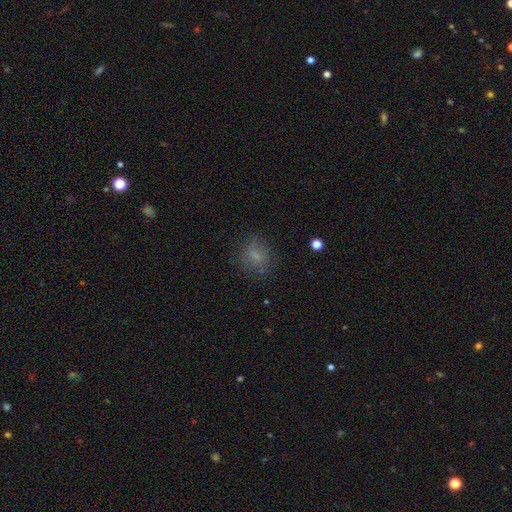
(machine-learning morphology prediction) A smooth galaxy with no disk features (71%) that is round (66%).

Vote fractions:
- Smooth or featured? smooth: 71% / star or artifact: 15% / featured or disk: 14%
- How rounded? round: 66% / in between: 32% / cigar-shaped: 2%
- Merging? none: 76% / minor disturbance: 15% / major disturbance: 8% / merger: 2%